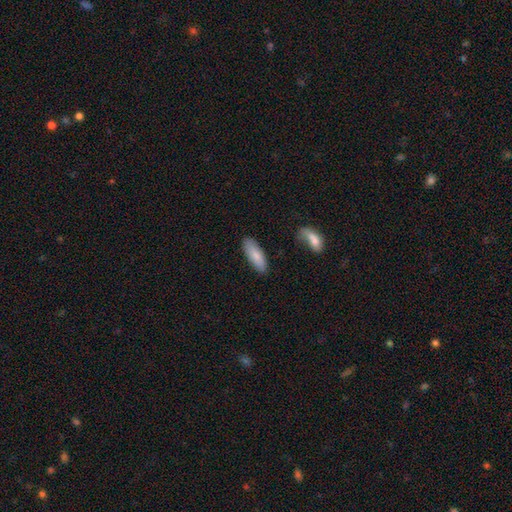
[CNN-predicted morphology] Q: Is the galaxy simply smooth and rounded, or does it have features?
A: smooth — 82%.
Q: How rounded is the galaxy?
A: in between — 63%.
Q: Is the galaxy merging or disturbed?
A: none — 84%.